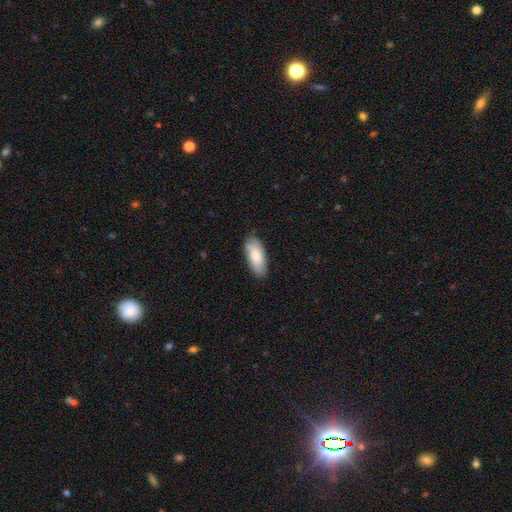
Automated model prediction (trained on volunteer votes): Smooth or featured?
  - smooth: 81% *
  - featured or disk: 13%
  - star or artifact: 6%
How rounded?
  - in between: 83% *
  - cigar-shaped: 15%
  - round: 2%
Merging?
  - none: 80% *
  - minor disturbance: 16%
  - major disturbance: 3%
  - merger: 1%